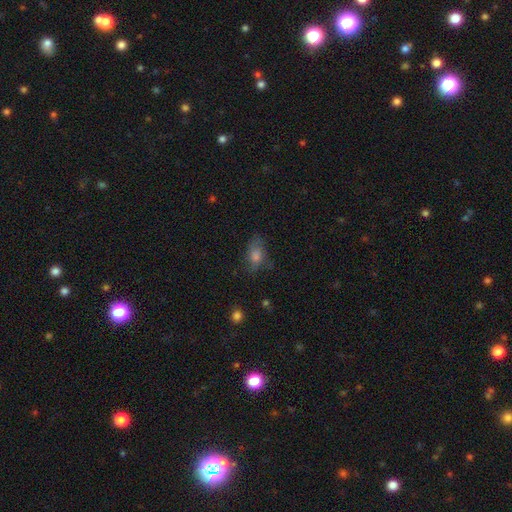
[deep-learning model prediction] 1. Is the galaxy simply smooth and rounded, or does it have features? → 63% smooth, 22% featured or disk, 15% star or artifact.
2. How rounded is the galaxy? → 79% in between, 15% round, 5% cigar-shaped.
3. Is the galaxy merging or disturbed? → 60% none, 25% minor disturbance, 12% major disturbance, 2% merger.